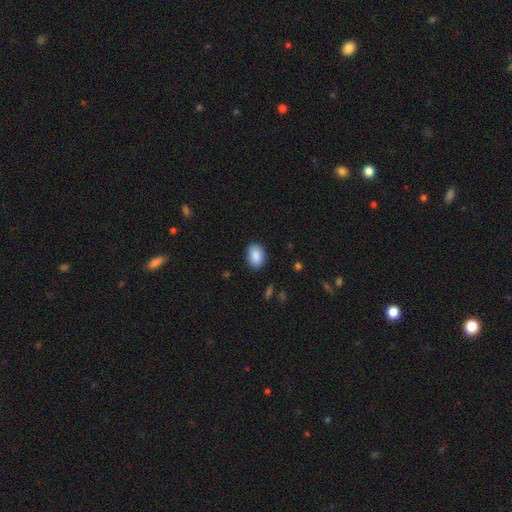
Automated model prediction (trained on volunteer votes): Morphology: type=smooth (89%); roundness=in between (85%); merging=none (88%).